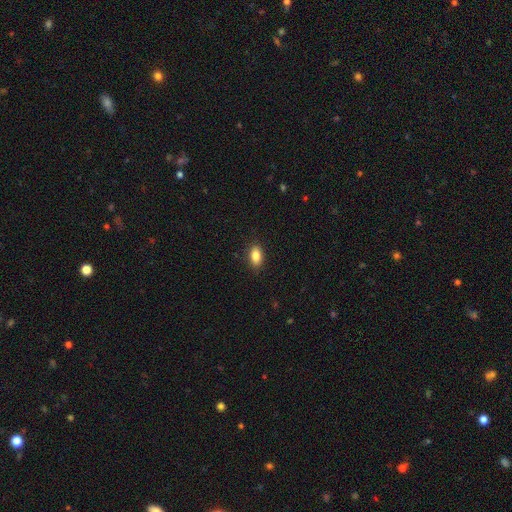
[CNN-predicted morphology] smooth-or-featured: smooth: 86% | star or artifact: 8% | featured or disk: 6%
  how-rounded: in between: 89% | round: 6% | cigar-shaped: 5%
  merging: none: 88% | minor disturbance: 9% | major disturbance: 2% | merger: 1%